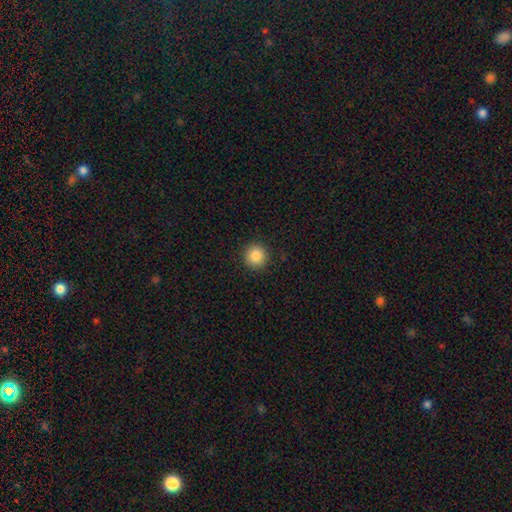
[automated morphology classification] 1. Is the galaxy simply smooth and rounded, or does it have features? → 86% smooth, 10% star or artifact, 4% featured or disk.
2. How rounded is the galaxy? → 94% round, 5% in between, 1% cigar-shaped.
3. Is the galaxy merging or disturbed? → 92% none, 5% minor disturbance, 2% major disturbance, 1% merger.